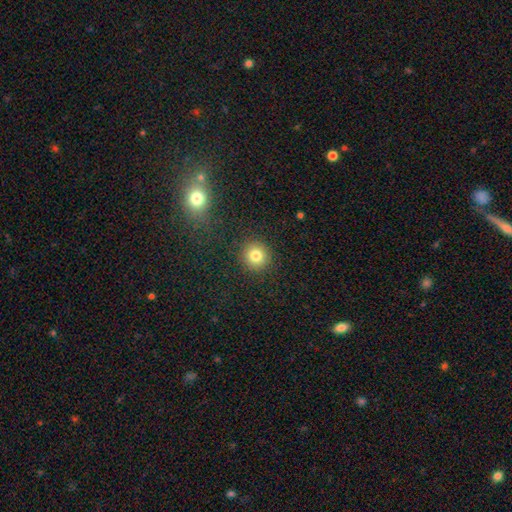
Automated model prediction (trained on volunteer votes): Q: Smooth or featured?
A: smooth (80%); runner-up: star or artifact (13%)
Q: How rounded?
A: round (92%); runner-up: in between (7%)
Q: Merging?
A: none (90%); runner-up: minor disturbance (6%)